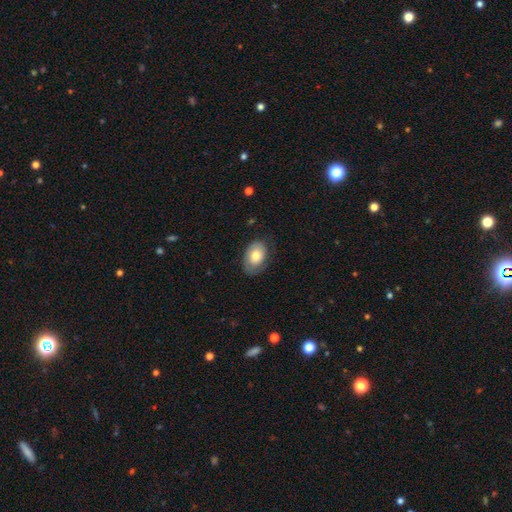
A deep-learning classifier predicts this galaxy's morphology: Q: Smooth or featured?
A: smooth (69%); runner-up: featured or disk (25%)
Q: How rounded?
A: in between (86%); runner-up: round (13%)
Q: Merging?
A: none (70%); runner-up: minor disturbance (22%)